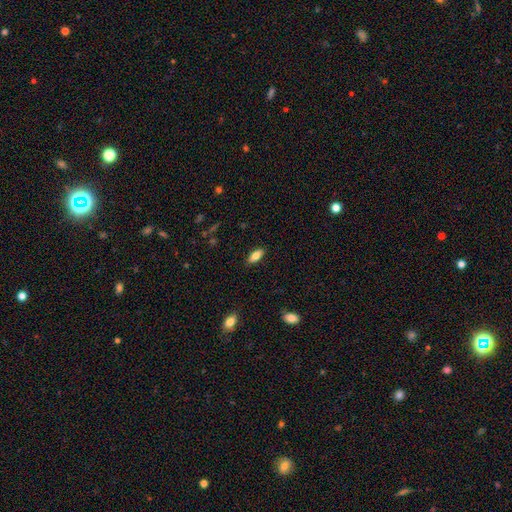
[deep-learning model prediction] smooth-or-featured: smooth: 77% | featured or disk: 15% | star or artifact: 7%
  how-rounded: in between: 81% | cigar-shaped: 16% | round: 3%
  merging: none: 88% | minor disturbance: 9% | major disturbance: 2% | merger: 1%